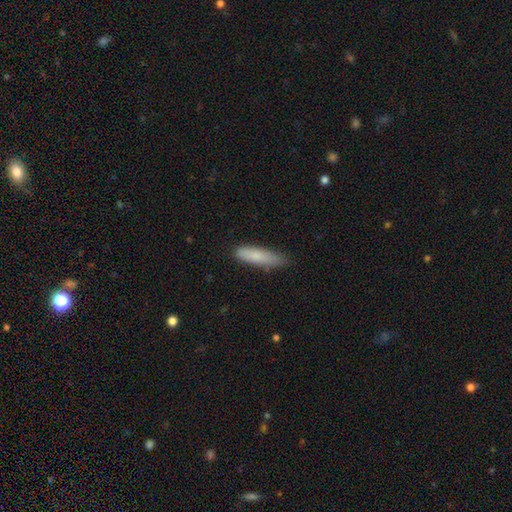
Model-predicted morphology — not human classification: smooth-or-featured: smooth: 82% | featured or disk: 12% | star or artifact: 6%
  how-rounded: cigar-shaped: 73% | in between: 26% | round: 1%
  merging: none: 70% | minor disturbance: 24% | major disturbance: 4% | merger: 1%